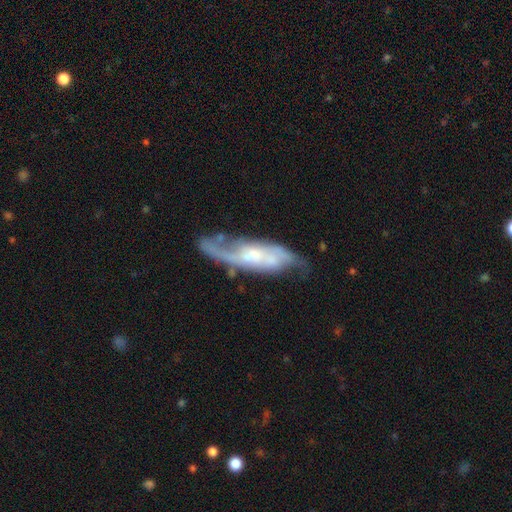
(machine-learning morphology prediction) The model was most divided on "spiral winding": medium: 42%, loose: 38%, tight: 20%. Remaining: spiral arms — yes (92%); edge-on disk — no (82%); smooth or featured — featured or disk (80%); spiral arm count — 2 (72%); merging — none (58%); bar — no (52%); bulge size — small (48%).